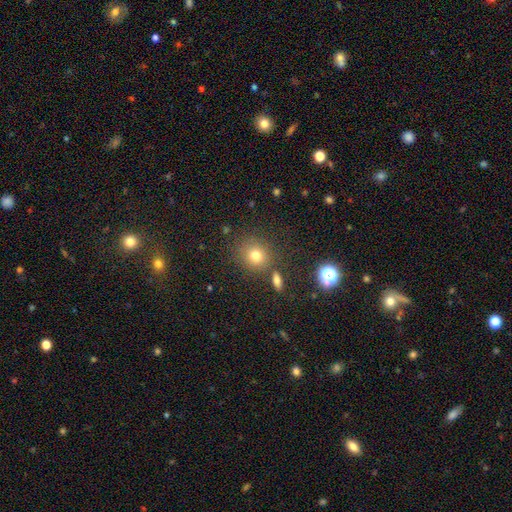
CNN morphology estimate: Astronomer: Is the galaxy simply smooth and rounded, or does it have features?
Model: smooth — 75%.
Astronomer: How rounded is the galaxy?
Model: round — 83%.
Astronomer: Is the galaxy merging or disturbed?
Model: none — 79%.